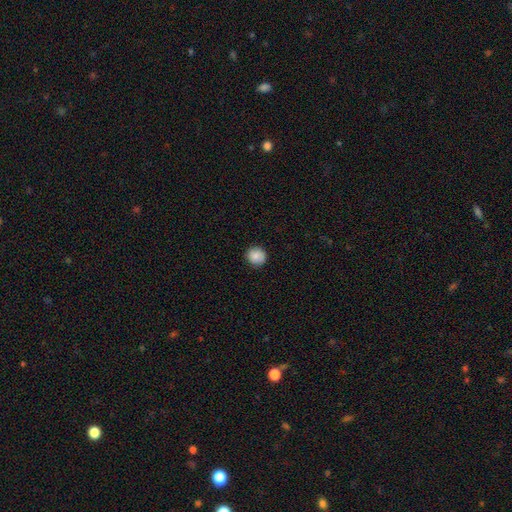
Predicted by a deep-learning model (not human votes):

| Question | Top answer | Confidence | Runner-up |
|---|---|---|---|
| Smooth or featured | smooth | 85% | star or artifact (8%) |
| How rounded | round | 91% | in between (8%) |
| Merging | none | 90% | minor disturbance (8%) |